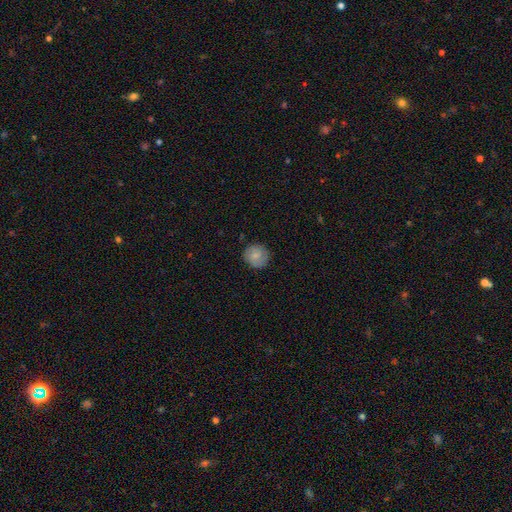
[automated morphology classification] smooth-or-featured: smooth: 78% | featured or disk: 15% | star or artifact: 7%
  how-rounded: round: 89% | in between: 10% | cigar-shaped: 1%
  merging: none: 85% | minor disturbance: 12% | major disturbance: 2% | merger: 1%